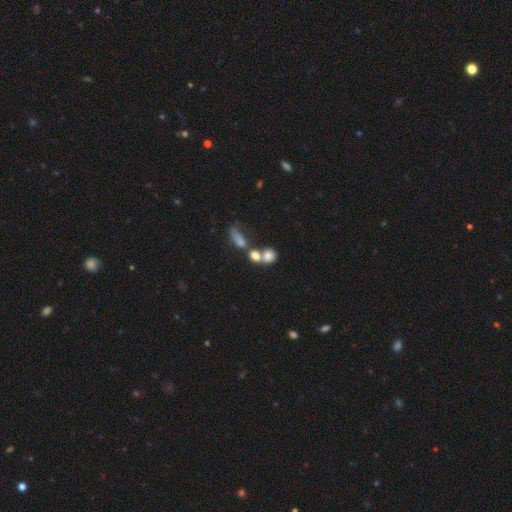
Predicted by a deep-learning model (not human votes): smooth_or_featured: smooth (p=0.73) [alt: featured or disk p=0.14]
how_rounded: round (p=0.64) [alt: in between p=0.32]
merging: merger (p=0.52) [alt: none p=0.31]